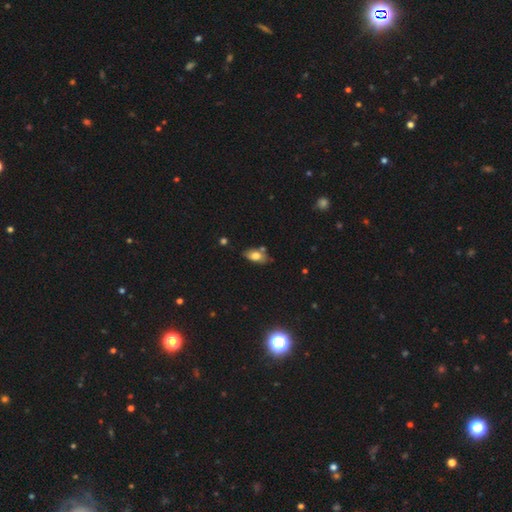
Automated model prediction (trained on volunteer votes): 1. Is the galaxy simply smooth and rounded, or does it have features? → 77% smooth, 14% featured or disk, 9% star or artifact.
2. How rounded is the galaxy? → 90% in between, 6% round, 4% cigar-shaped.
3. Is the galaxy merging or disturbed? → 64% none, 22% minor disturbance, 9% merger, 5% major disturbance.